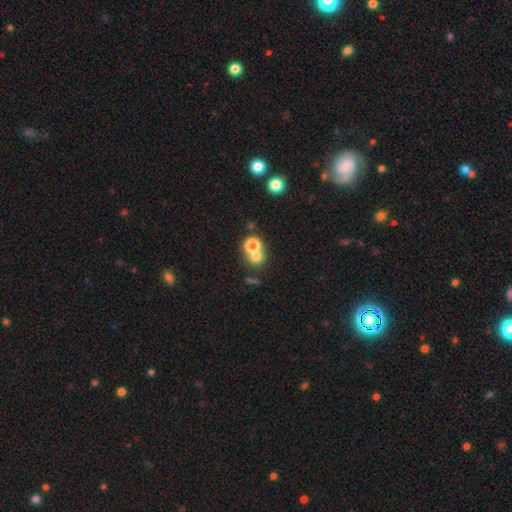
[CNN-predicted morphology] Smooth or featured?
  - smooth: 68% *
  - star or artifact: 18%
  - featured or disk: 13%
How rounded?
  - round: 79% *
  - in between: 20%
  - cigar-shaped: 1%
Merging?
  - merger: 47% *
  - none: 43%
  - minor disturbance: 6%
  - major disturbance: 4%